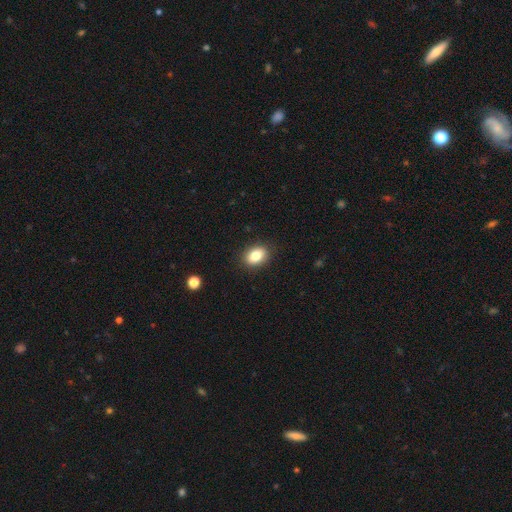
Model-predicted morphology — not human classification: Q: Smooth or featured?
A: smooth (84%); runner-up: star or artifact (9%)
Q: How rounded?
A: in between (77%); runner-up: round (22%)
Q: Merging?
A: none (88%); runner-up: minor disturbance (8%)